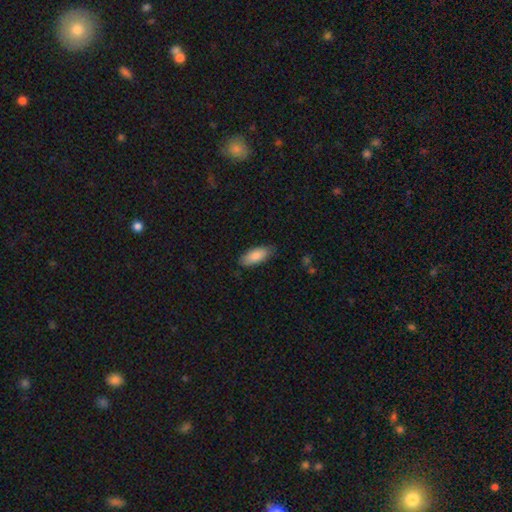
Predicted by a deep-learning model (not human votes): Smooth or featured?
  - smooth: 86% *
  - featured or disk: 9%
  - star or artifact: 6%
How rounded?
  - in between: 83% *
  - cigar-shaped: 16%
  - round: 2%
Merging?
  - none: 82% *
  - minor disturbance: 15%
  - major disturbance: 3%
  - merger: 1%